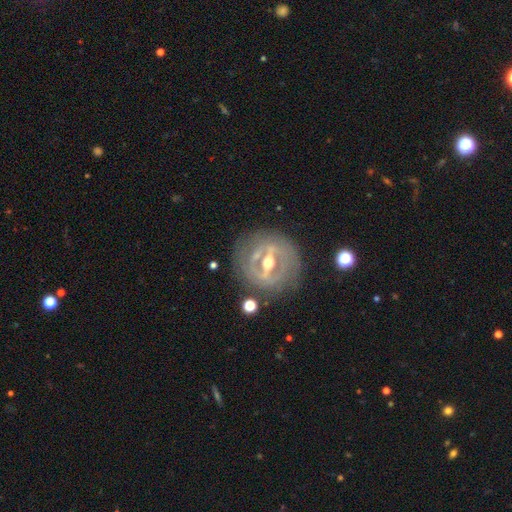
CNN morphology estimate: Overall: featured or disk (84%). Edge-on disk: no (85%). Bar: strong (70%). Spiral arms: yes (53%; no 47%). Bulge size: moderate (73%). Merging: none (79%).